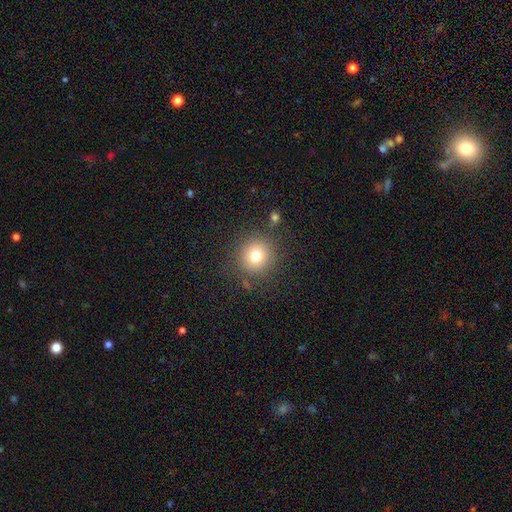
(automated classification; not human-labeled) Smooth or featured?
  - smooth: 75% *
  - star or artifact: 14%
  - featured or disk: 10%
How rounded?
  - round: 93% *
  - in between: 6%
  - cigar-shaped: 1%
Merging?
  - none: 85% *
  - minor disturbance: 9%
  - major disturbance: 4%
  - merger: 3%